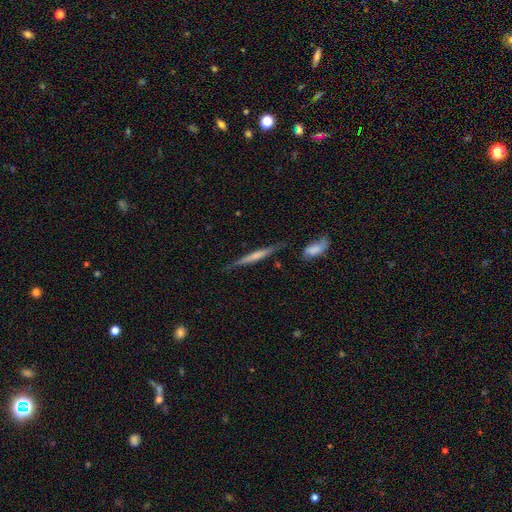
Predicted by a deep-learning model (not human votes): Smooth or featured: featured or disk — 50% (smooth — 44%)
Merging: none — 71% (minor disturbance — 17%)